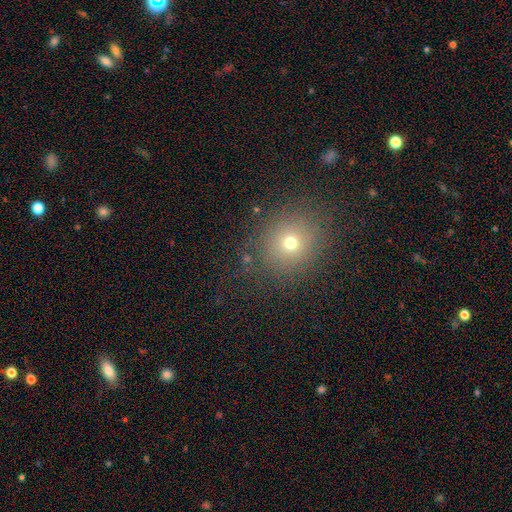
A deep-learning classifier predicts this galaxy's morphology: This is likely a smooth galaxy (62%). How rounded: likely round (76%). Merging: clearly none (87%).